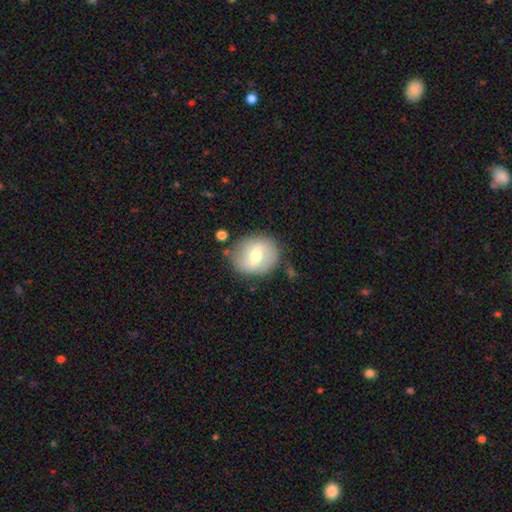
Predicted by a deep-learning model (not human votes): Smooth or featured? Predicted: smooth (p=0.51). How rounded? Predicted: round (p=0.77). Merging? Predicted: none (p=0.77).